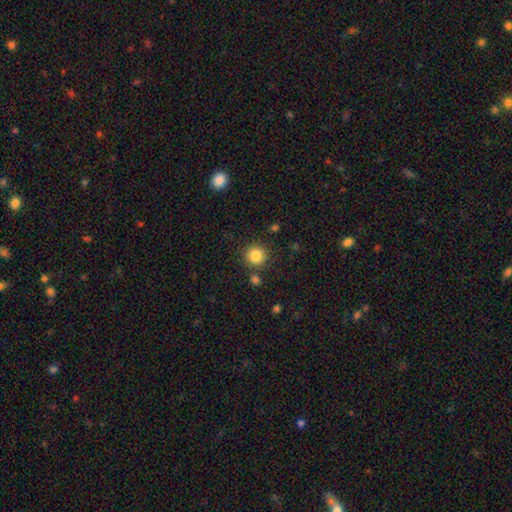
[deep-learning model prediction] Smooth or featured? smooth (85%)
How rounded? round (93%)
Merging? none (84%)